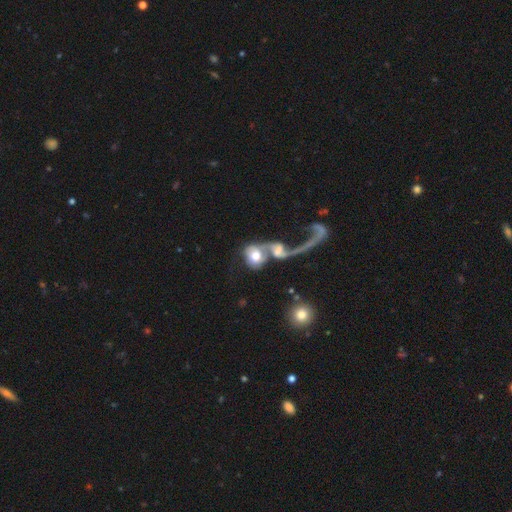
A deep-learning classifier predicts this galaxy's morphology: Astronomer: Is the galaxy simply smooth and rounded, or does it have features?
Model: smooth — 48% (runner-up: featured or disk, 44%).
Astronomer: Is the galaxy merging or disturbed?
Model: merger — 66%.